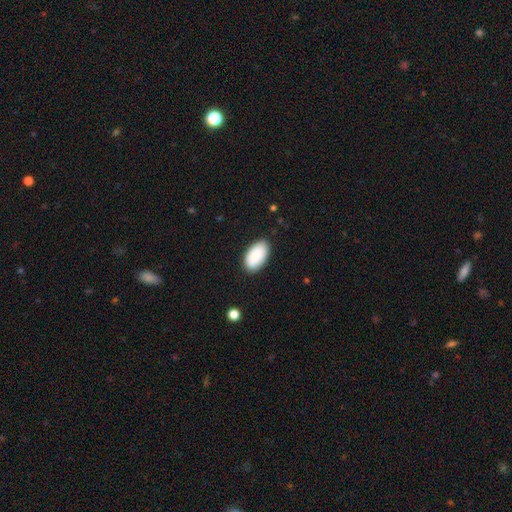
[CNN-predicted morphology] Q: Smooth or featured?
A: smooth (89%); runner-up: star or artifact (6%)
Q: How rounded?
A: in between (96%); runner-up: round (3%)
Q: Merging?
A: none (86%); runner-up: minor disturbance (11%)